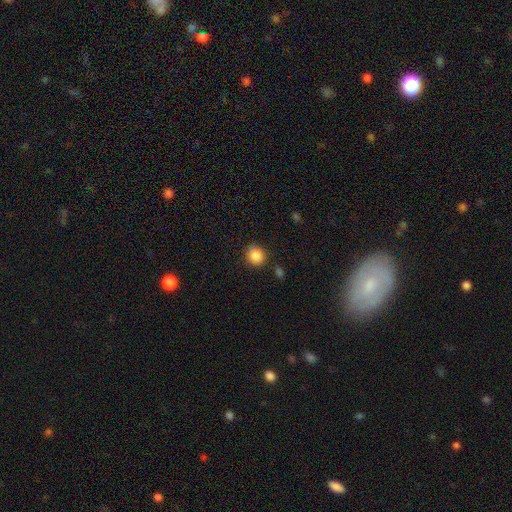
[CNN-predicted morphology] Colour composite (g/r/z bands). It shows a smooth galaxy with no disk features (87%) that is round (85%). Merging: none (83%).